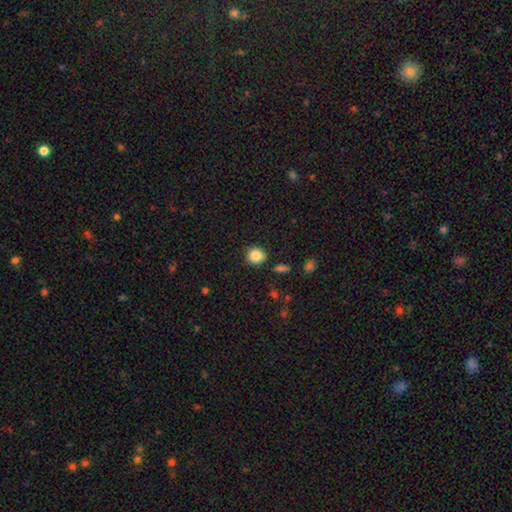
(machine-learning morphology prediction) smooth-or-featured: smooth: 85% | star or artifact: 10% | featured or disk: 5%
  how-rounded: round: 88% | in between: 11% | cigar-shaped: 1%
  merging: none: 84% | minor disturbance: 10% | merger: 3% | major disturbance: 3%